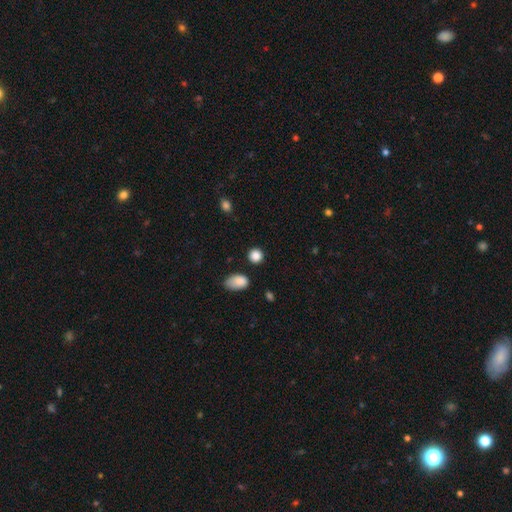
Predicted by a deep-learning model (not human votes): Overall: smooth (87%). How rounded: round (85%). Merging: none (85%).